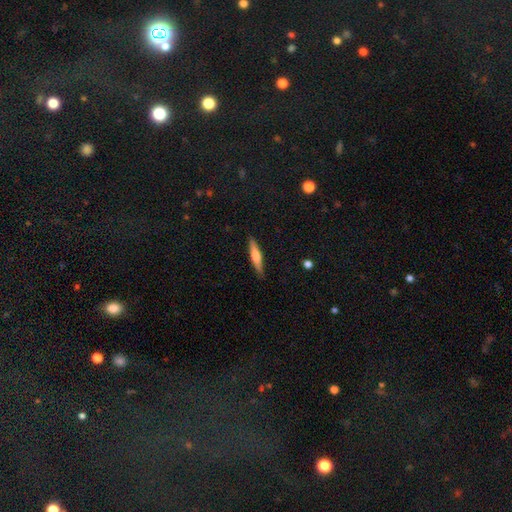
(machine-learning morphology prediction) Q: Smooth or featured?
A: smooth (49%); runner-up: featured or disk (45%)
Q: Merging?
A: none (88%); runner-up: minor disturbance (9%)